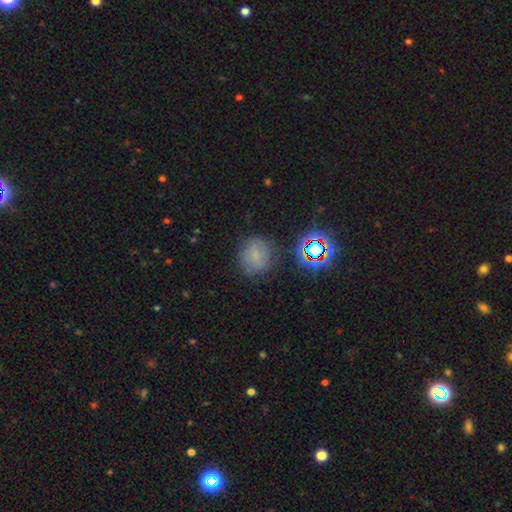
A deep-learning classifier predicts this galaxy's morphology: A smooth galaxy with no disk features (58%) that is round (75%).

Vote fractions:
- Smooth or featured? smooth: 58% / star or artifact: 23% / featured or disk: 19%
- How rounded? round: 75% / in between: 23% / cigar-shaped: 1%
- Merging? none: 76% / minor disturbance: 15% / major disturbance: 6% / merger: 3%